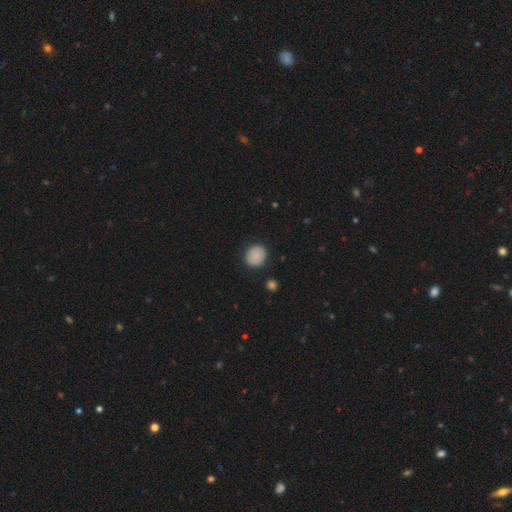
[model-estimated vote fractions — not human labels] smooth-or-featured: smooth: 85% | star or artifact: 8% | featured or disk: 7%
  how-rounded: round: 83% | in between: 16% | cigar-shaped: 1%
  merging: none: 86% | minor disturbance: 10% | major disturbance: 2% | merger: 1%